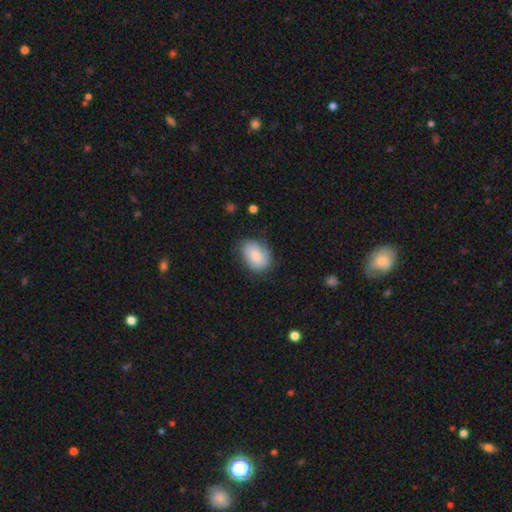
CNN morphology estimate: Smooth or featured? Predicted: smooth (p=0.81). How rounded? Predicted: in between (p=0.81). Merging? Predicted: none (p=0.67).